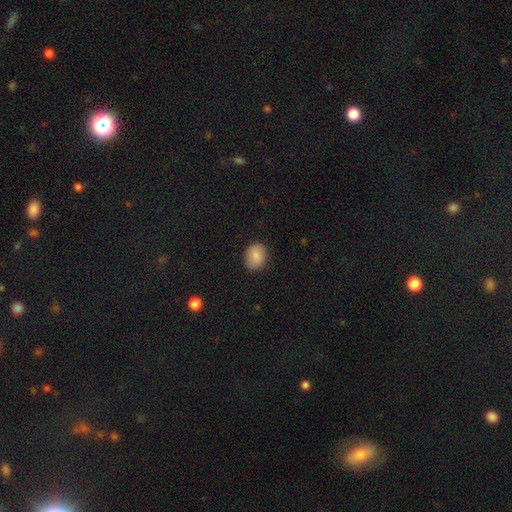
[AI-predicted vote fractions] This appears to be a smooth galaxy with no disk features (86%) that is round (51%). Merging: none (86%).